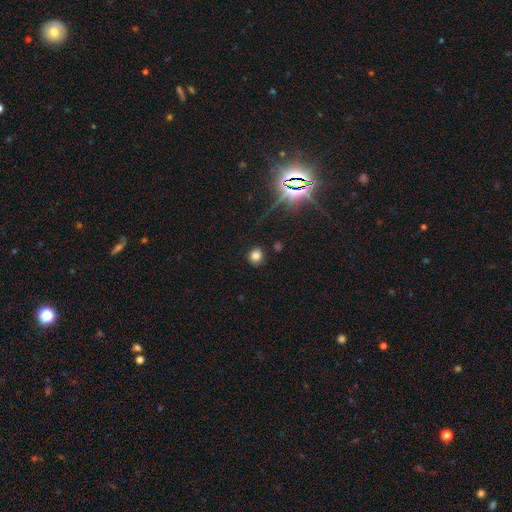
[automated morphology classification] This is likely a smooth galaxy (76%). How rounded: clearly round (82%). Merging: clearly none (87%).